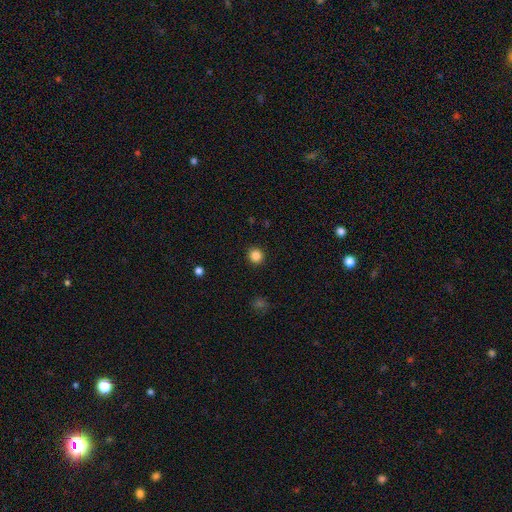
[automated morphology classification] This is clearly a smooth galaxy (85%). How rounded: clearly round (93%). Merging: clearly none (93%).